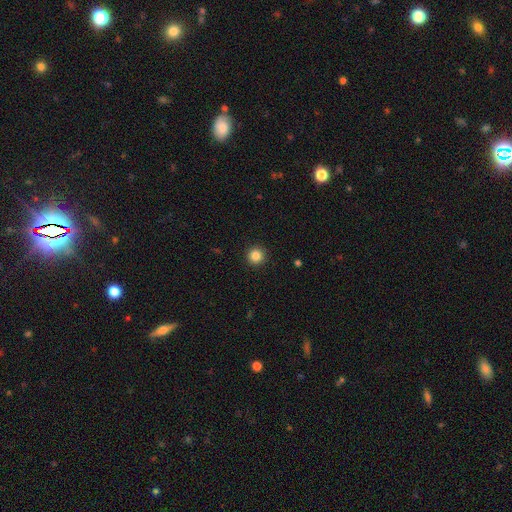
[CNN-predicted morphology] Q: Smooth or featured?
A: smooth (86%); runner-up: star or artifact (11%)
Q: How rounded?
A: round (96%); runner-up: in between (3%)
Q: Merging?
A: none (93%); runner-up: minor disturbance (4%)